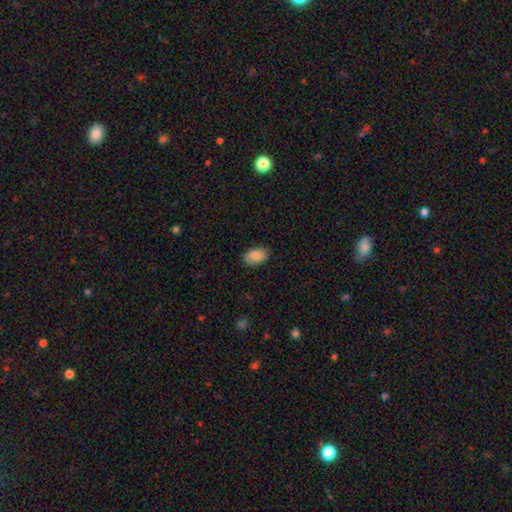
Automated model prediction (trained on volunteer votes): The model was most divided on "merging": none: 86%, minor disturbance: 11%, major disturbance: 2%, merger: 1%. More confident: how rounded — in between (90%); smooth or featured — smooth (88%).